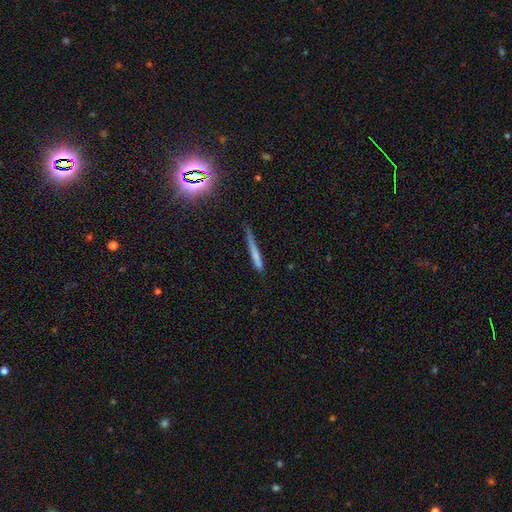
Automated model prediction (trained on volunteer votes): Smooth or featured? Predicted: smooth (p=0.67). How rounded? Predicted: cigar-shaped (p=0.95). Merging? Predicted: none (p=0.65).